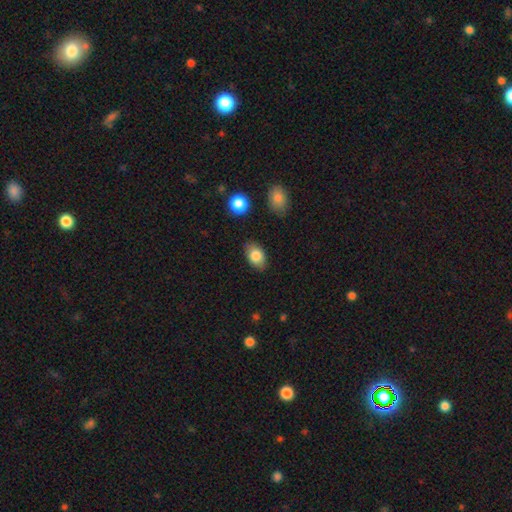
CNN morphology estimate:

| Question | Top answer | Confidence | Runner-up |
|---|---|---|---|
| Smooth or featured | smooth | 82% | featured or disk (10%) |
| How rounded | in between | 87% | round (12%) |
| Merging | none | 83% | minor disturbance (12%) |